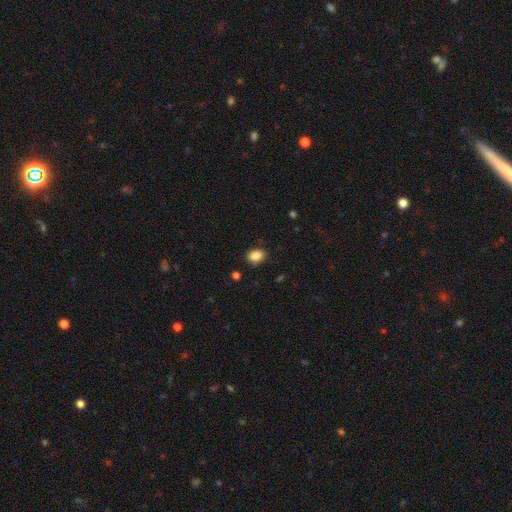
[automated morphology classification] The model was most divided on "how rounded": in between: 61%, round: 38%, cigar-shaped: 1%. More confident: smooth or featured — smooth (87%); merging — none (85%).